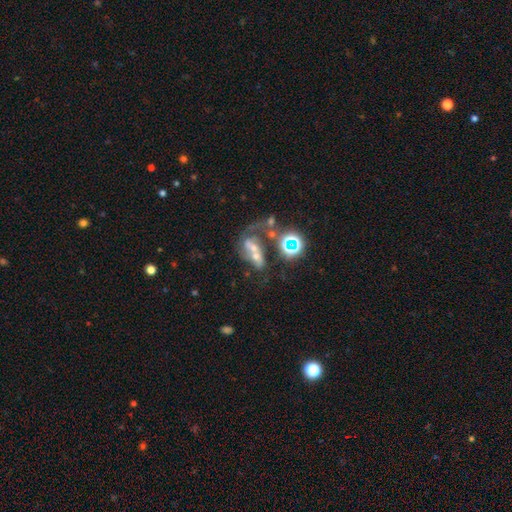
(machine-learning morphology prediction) A featured or disk galaxy (46%).

Vote fractions:
- Smooth or featured? featured or disk: 46% / smooth: 28% / star or artifact: 26%
- Merging? merger: 50% / major disturbance: 21% / none: 18% / minor disturbance: 10%